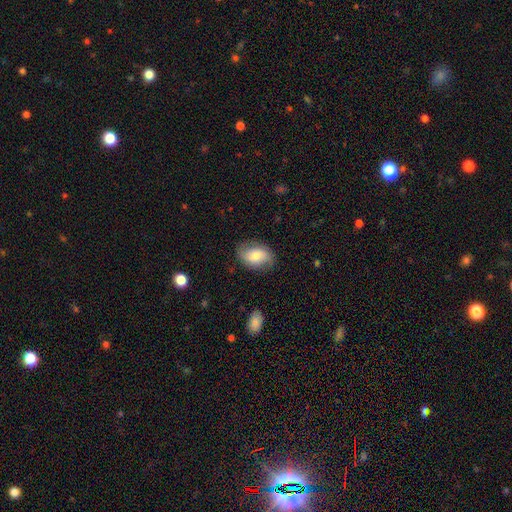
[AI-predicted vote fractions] smooth_or_featured: smooth (p=0.58) [alt: featured or disk p=0.34]
how_rounded: in between (p=0.83) [alt: round p=0.16]
merging: none (p=0.77) [alt: minor disturbance p=0.17]